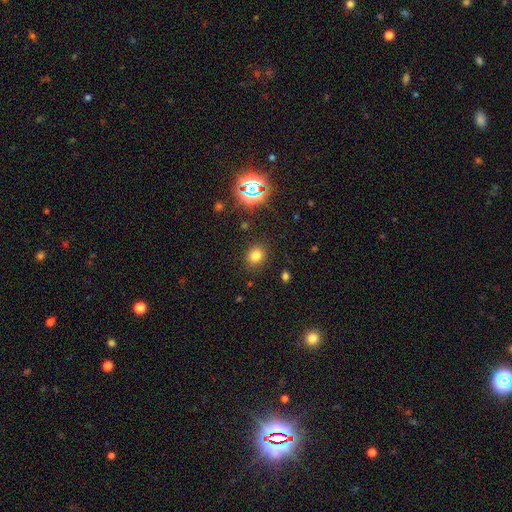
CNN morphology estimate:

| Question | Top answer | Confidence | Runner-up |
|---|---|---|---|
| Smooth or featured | smooth | 75% | star or artifact (19%) |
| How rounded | round | 74% | in between (25%) |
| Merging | none | 88% | minor disturbance (8%) |